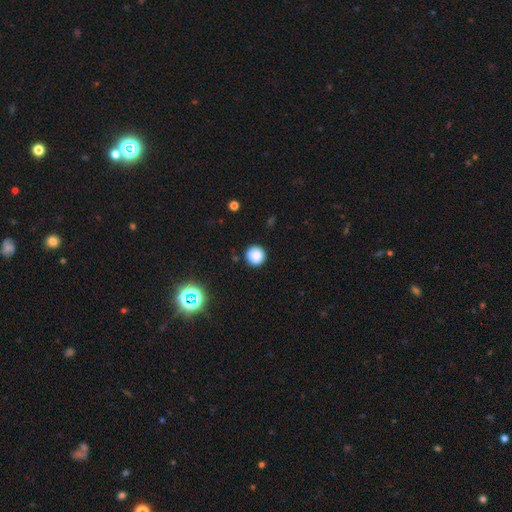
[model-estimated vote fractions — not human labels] Overall: smooth (84%). How rounded: round (95%). Merging: none (90%).